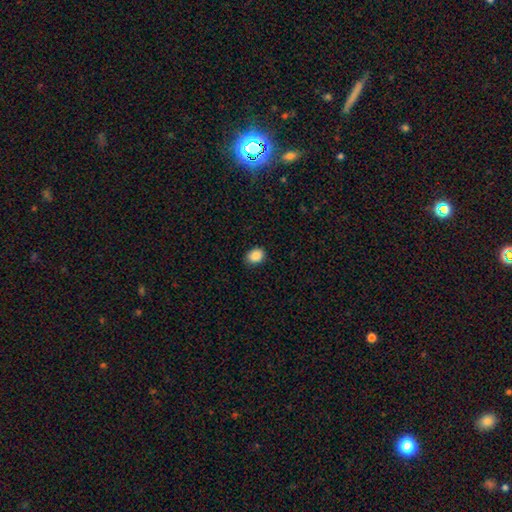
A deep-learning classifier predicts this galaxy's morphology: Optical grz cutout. It shows a smooth galaxy with no disk features (88%) that is in between round and cigar-shaped (64%). Merging: none (87%).